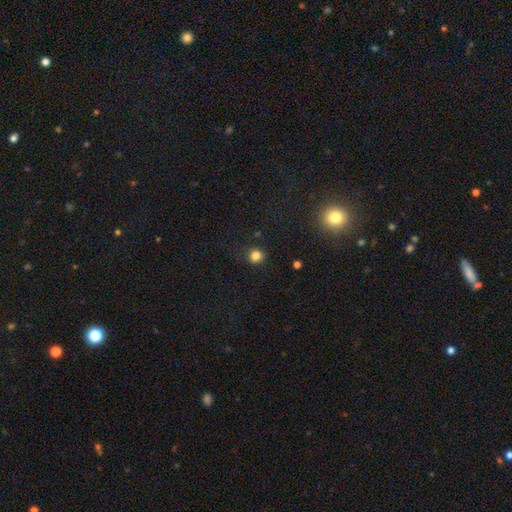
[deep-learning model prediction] Overall: smooth (83%). How rounded: round (89%). Merging: none (87%).